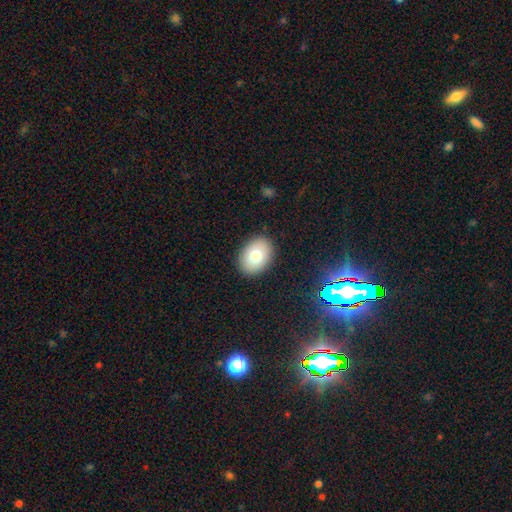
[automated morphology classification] Smooth or featured? Predicted: smooth (p=0.76). How rounded? Predicted: in between (p=0.75). Merging? Predicted: none (p=0.89).